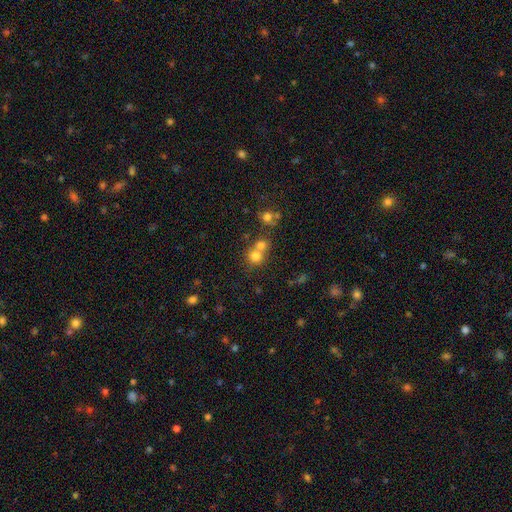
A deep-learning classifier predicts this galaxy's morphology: smooth 74%, star or artifact 14%, featured or disk 11%. Down the decision tree: how rounded — round (84%); merging — merger (49%).